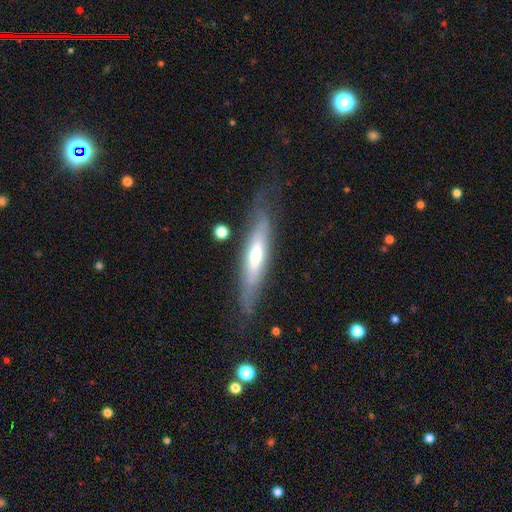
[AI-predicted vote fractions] Smooth or featured?
  - featured or disk: 58% *
  - smooth: 36%
  - star or artifact: 6%
Edge-on disk?
  - yes: 65% *
  - no: 35%
Merging?
  - none: 69% *
  - minor disturbance: 19%
  - major disturbance: 9%
  - merger: 3%